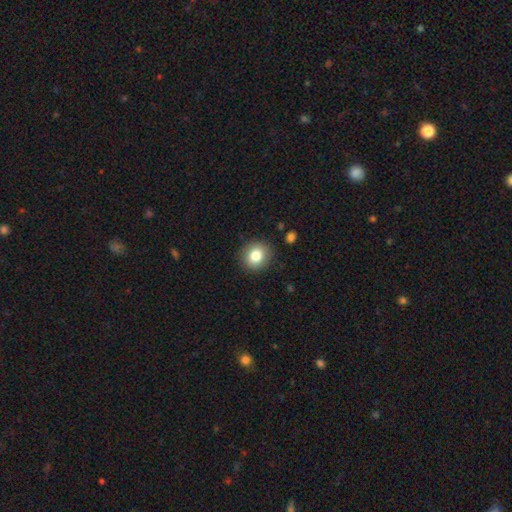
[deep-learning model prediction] Smooth or featured?
  - smooth: 81% *
  - star or artifact: 10%
  - featured or disk: 9%
How rounded?
  - round: 83% *
  - in between: 17%
  - cigar-shaped: 1%
Merging?
  - none: 89% *
  - minor disturbance: 8%
  - major disturbance: 2%
  - merger: 1%